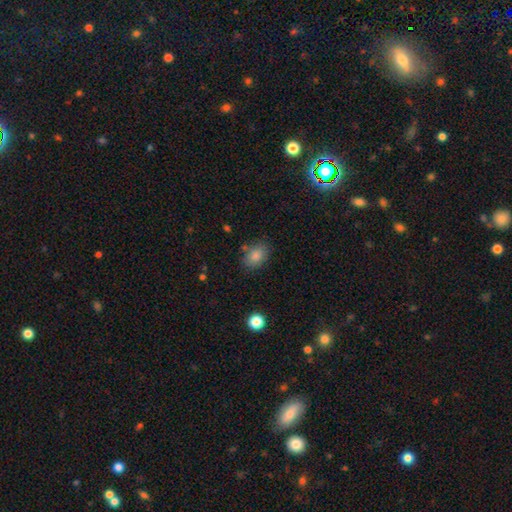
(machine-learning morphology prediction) Smooth or featured: smooth — 85% (star or artifact — 9%)
How rounded: in between — 80% (round — 19%)
Merging: none — 78% (minor disturbance — 14%)